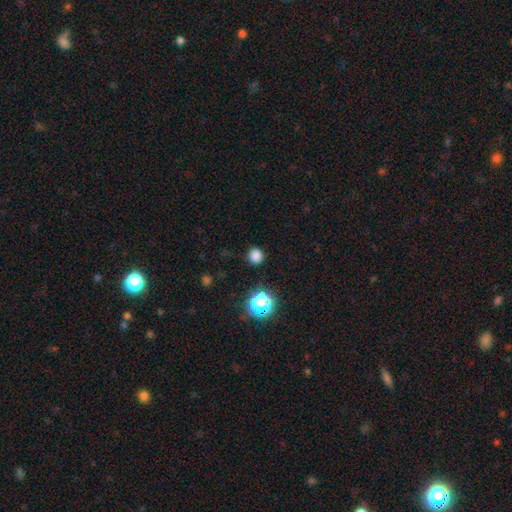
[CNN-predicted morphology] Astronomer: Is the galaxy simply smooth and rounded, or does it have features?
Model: smooth — 80%.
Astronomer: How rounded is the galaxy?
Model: round — 92%.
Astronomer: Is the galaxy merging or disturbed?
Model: none — 89%.